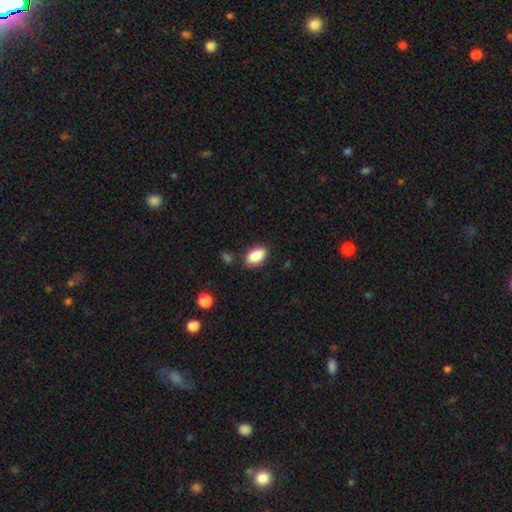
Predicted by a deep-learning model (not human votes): smooth 85%, star or artifact 8%, featured or disk 7%. Down the decision tree: how rounded — in between (92%); merging — none (81%).